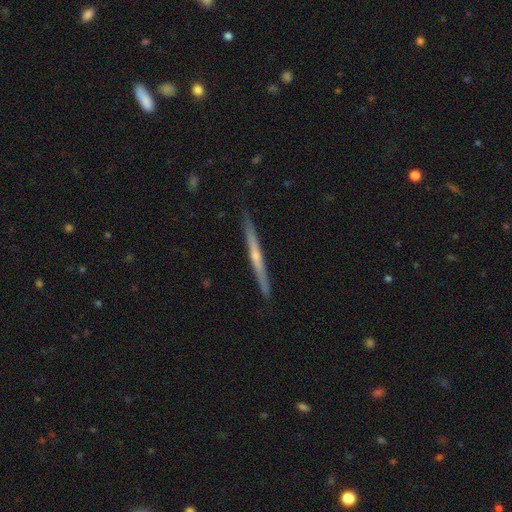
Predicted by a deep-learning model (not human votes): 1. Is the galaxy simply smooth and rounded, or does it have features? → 68% featured or disk, 27% smooth, 6% star or artifact.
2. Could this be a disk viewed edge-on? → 98% yes, 2% no.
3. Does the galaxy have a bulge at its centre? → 53% rounded, 43% none, 4% boxy.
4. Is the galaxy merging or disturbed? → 90% none, 8% minor disturbance, 1% major disturbance, 1% merger.